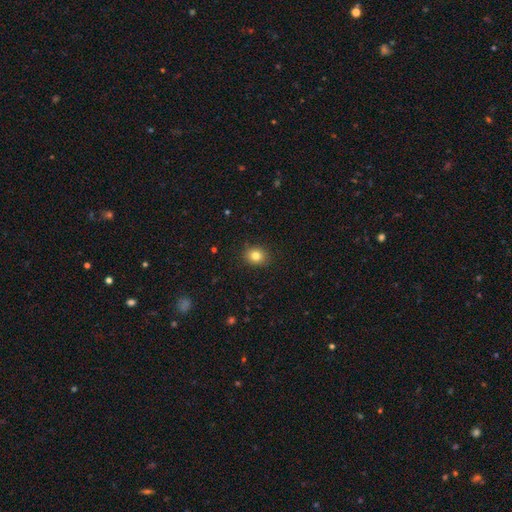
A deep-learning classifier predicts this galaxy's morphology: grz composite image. It shows a smooth galaxy with no disk features (81%) that is round (65%). Merging: none (88%).